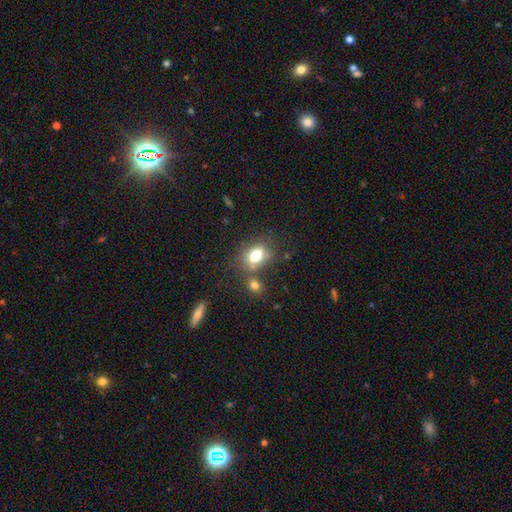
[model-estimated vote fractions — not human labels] smooth 76%, featured or disk 14%, star or artifact 11%. Down the decision tree: how rounded — in between (78%); merging — none (58%).